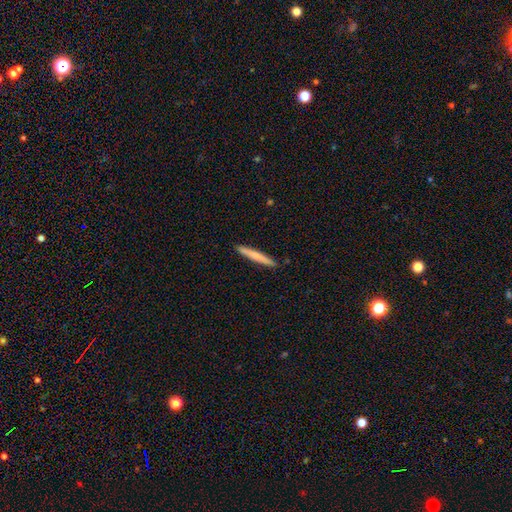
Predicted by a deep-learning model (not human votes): Overall: smooth (67%; featured or disk 28%). How rounded: cigar-shaped (96%). Merging: none (91%).